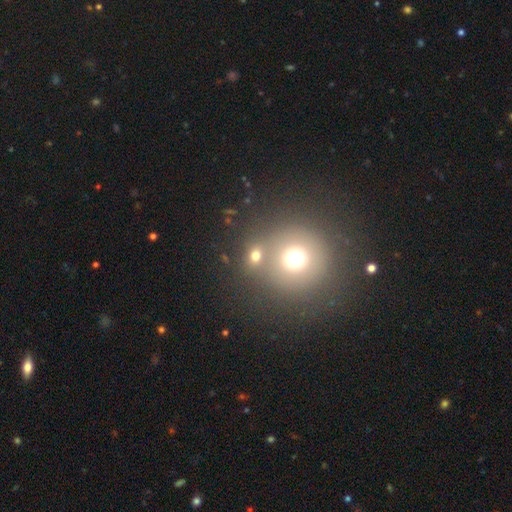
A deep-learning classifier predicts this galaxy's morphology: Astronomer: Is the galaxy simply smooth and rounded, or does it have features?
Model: smooth — 66%.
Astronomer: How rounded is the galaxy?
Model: round — 76%.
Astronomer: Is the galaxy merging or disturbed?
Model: none — 59%.